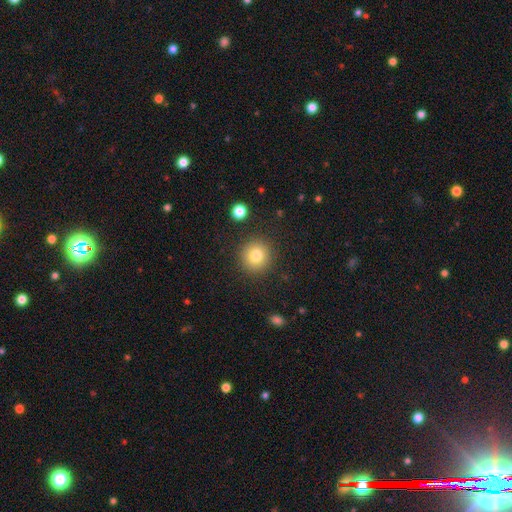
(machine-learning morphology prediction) Smooth or featured?
  - smooth: 80% *
  - star or artifact: 11%
  - featured or disk: 9%
How rounded?
  - round: 93% *
  - in between: 6%
  - cigar-shaped: 1%
Merging?
  - none: 89% *
  - minor disturbance: 6%
  - major disturbance: 3%
  - merger: 2%